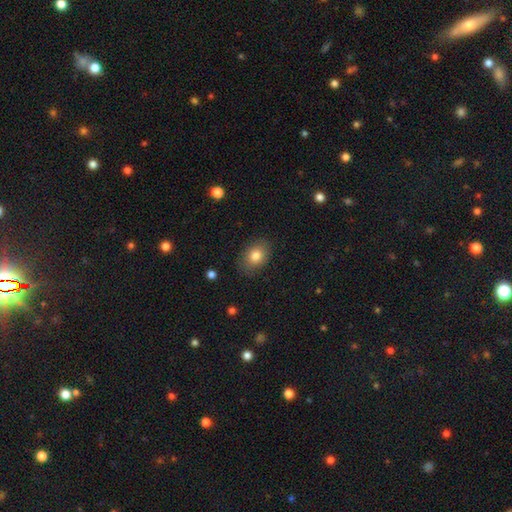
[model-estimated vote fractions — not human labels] smooth_or_featured: smooth (p=0.81) [alt: featured or disk p=0.10]
how_rounded: in between (p=0.72) [alt: round p=0.27]
merging: none (p=0.83) [alt: minor disturbance p=0.13]